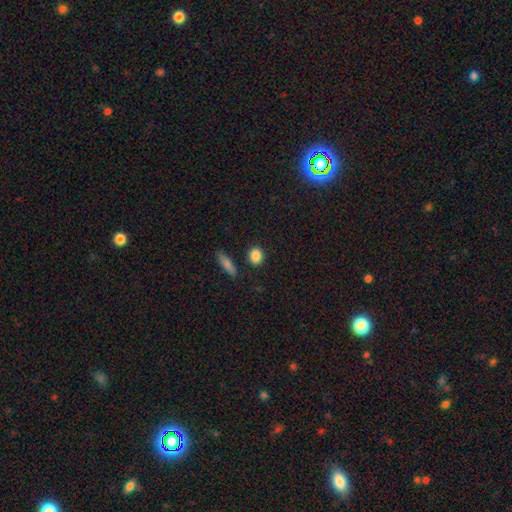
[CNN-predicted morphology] A smooth galaxy with no disk features (87%) that is round (64%).

Vote fractions:
- Smooth or featured? smooth: 87% / star or artifact: 8% / featured or disk: 5%
- How rounded? round: 64% / in between: 32% / cigar-shaped: 4%
- Merging? none: 87% / minor disturbance: 8% / merger: 3% / major disturbance: 2%